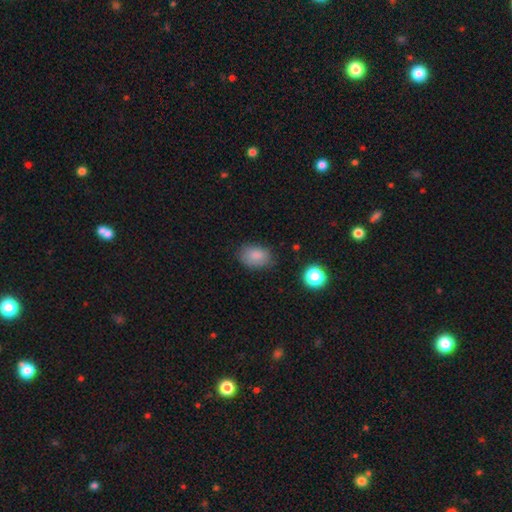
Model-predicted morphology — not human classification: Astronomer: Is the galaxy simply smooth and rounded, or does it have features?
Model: smooth — 84%.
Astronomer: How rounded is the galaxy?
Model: in between — 81%.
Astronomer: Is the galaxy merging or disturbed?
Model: none — 76%.